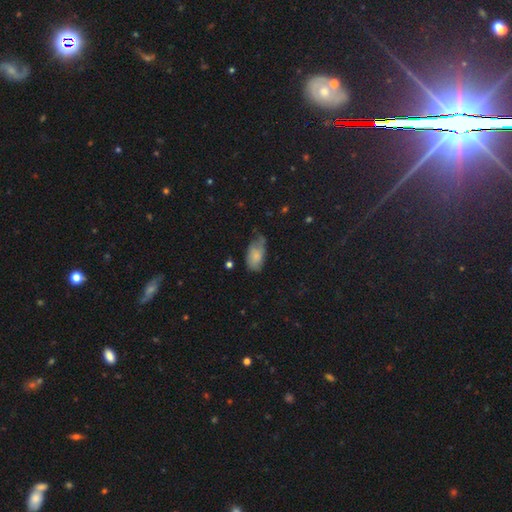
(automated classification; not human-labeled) smooth-or-featured: smooth: 74% | featured or disk: 18% | star or artifact: 8%
  how-rounded: in between: 93% | round: 4% | cigar-shaped: 3%
  merging: minor disturbance: 42% | none: 40% | major disturbance: 16% | merger: 3%